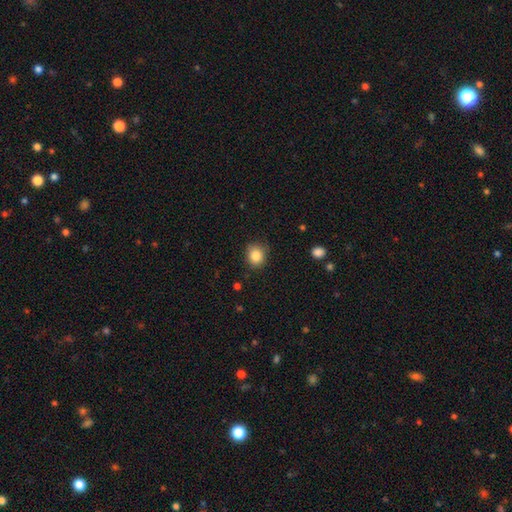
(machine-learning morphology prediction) Smooth or featured: smooth — 84% (star or artifact — 10%)
How rounded: round — 73% (in between — 26%)
Merging: none — 80% (minor disturbance — 16%)